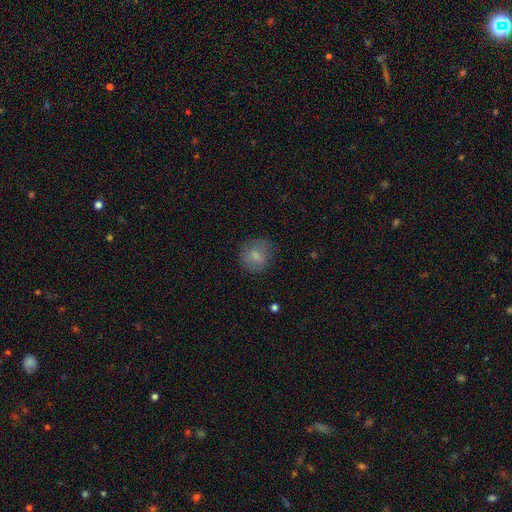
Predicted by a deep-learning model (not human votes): The model was most divided on "merging": none: 70%, minor disturbance: 19%, major disturbance: 9%, merger: 2%. More confident: how rounded — round (77%); smooth or featured — smooth (75%).